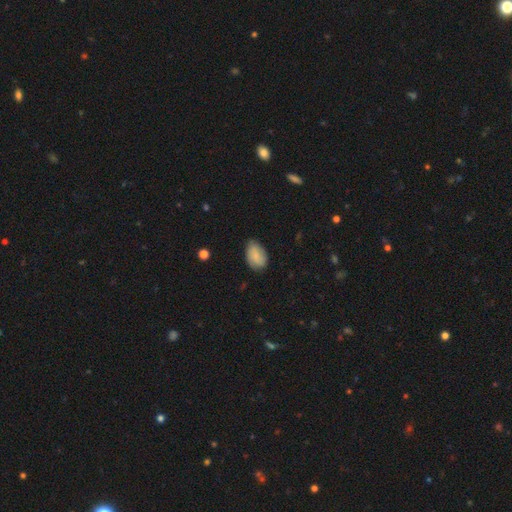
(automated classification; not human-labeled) This is clearly a smooth galaxy (82%). How rounded: clearly in between (88%). Merging: likely none (64%).